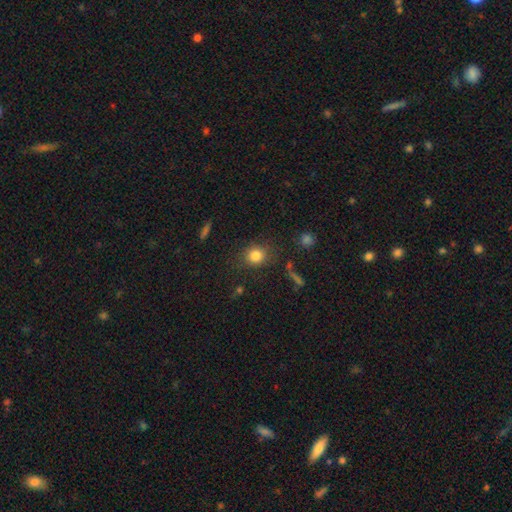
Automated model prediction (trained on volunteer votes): The model was most divided on "how rounded": round: 78%, in between: 20%, cigar-shaped: 1%. More confident: smooth or featured — smooth (81%); merging — none (80%).